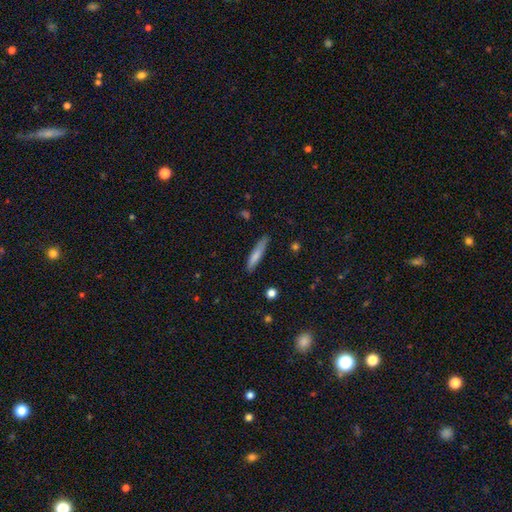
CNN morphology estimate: Overall: smooth (75%). How rounded: cigar-shaped (87%). Merging: none (77%).